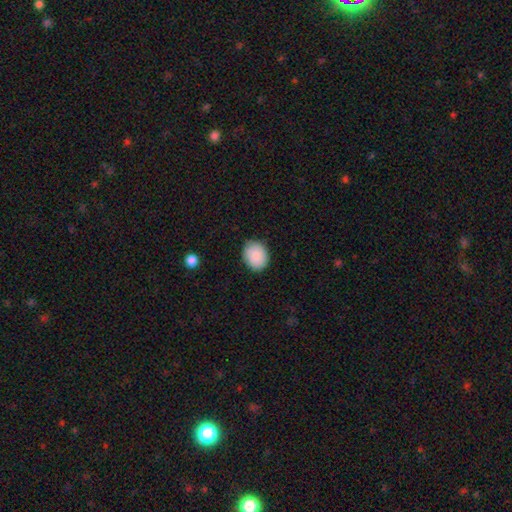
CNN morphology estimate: This appears to be a smooth galaxy with no disk features (89%) that is in between round and cigar-shaped (51%). Merging: none (84%).